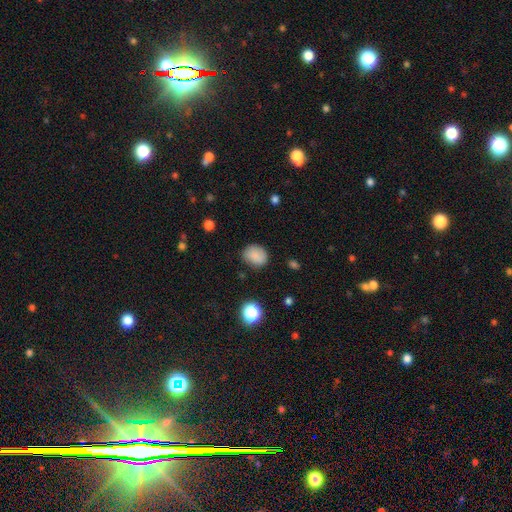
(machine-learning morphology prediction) type=smooth (84%); roundness=in between (50%); merging=none (75%).